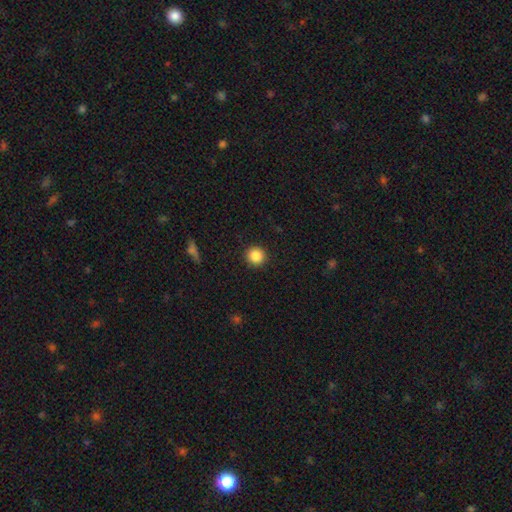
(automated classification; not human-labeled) Smooth or featured: smooth — 87% (star or artifact — 10%)
How rounded: round — 95% (in between — 4%)
Merging: none — 92% (minor disturbance — 5%)